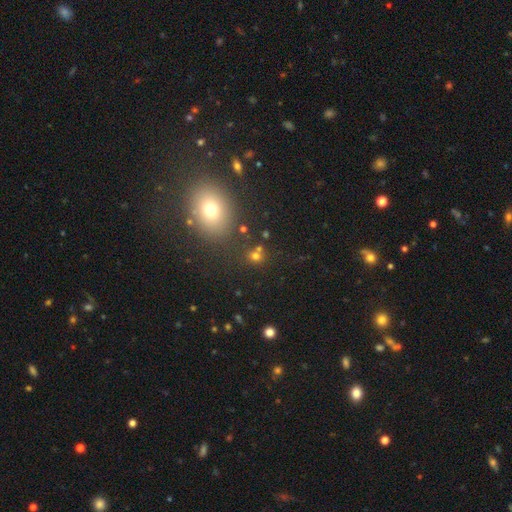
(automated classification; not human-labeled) Morphology: type=smooth (66%); roundness=round (79%); merging=none (69%).